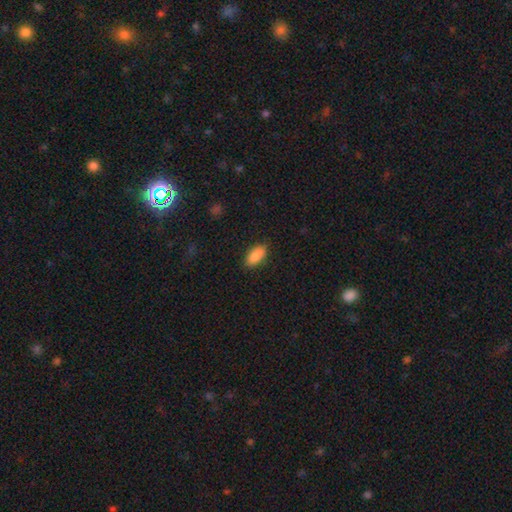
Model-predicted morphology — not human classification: Overall: smooth (88%). How rounded: in between (89%). Merging: none (86%).